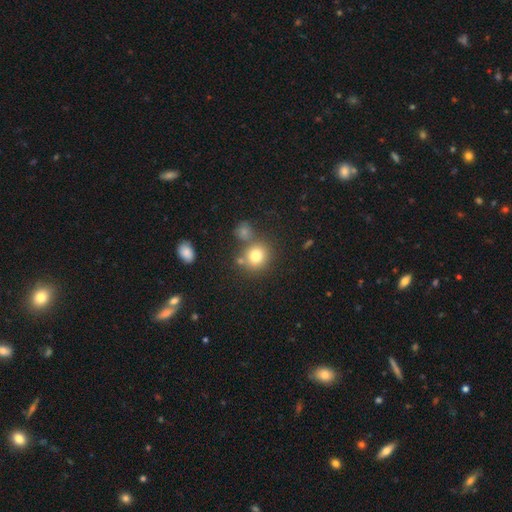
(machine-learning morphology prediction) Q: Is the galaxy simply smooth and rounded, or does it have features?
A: smooth — 79%.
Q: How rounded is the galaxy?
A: round — 83%.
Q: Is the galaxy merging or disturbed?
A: none — 66%.